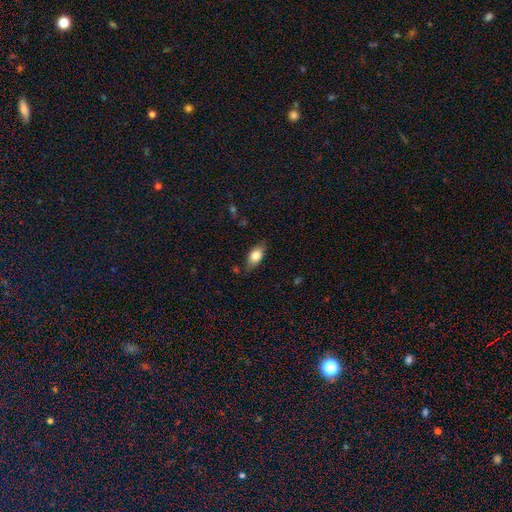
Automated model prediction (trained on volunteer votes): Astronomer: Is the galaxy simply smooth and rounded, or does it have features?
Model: smooth — 79%.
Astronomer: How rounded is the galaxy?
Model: in between — 88%.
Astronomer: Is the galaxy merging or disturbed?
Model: none — 77%.